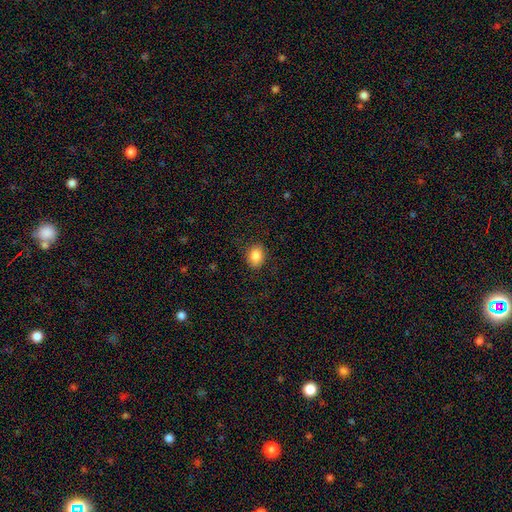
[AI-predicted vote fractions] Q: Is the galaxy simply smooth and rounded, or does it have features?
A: smooth — 86%.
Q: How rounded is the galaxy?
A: in between — 64%.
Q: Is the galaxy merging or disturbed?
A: none — 86%.